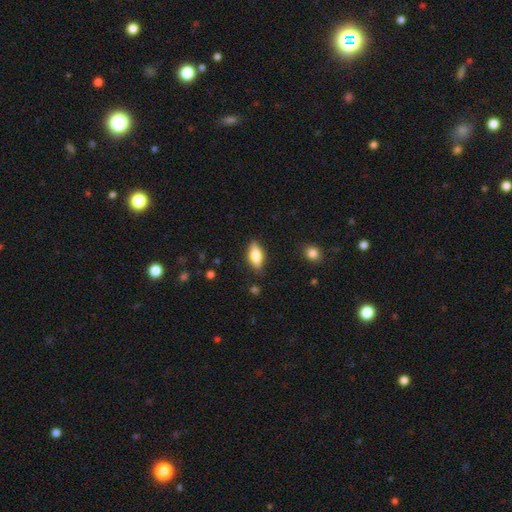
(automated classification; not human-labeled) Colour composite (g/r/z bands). It shows a smooth galaxy with no disk features (71%) that is in between round and cigar-shaped (80%). Merging: none (84%).